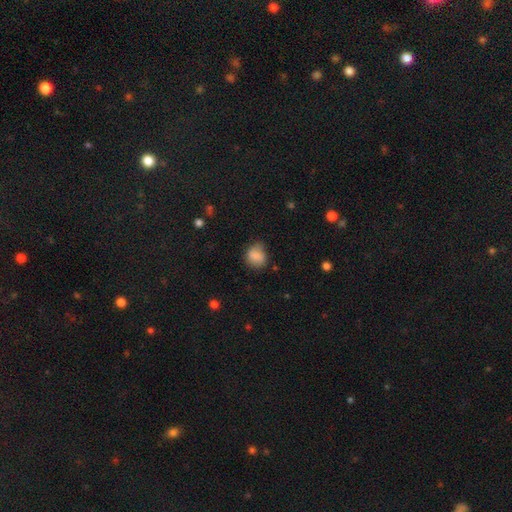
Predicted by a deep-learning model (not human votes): Smooth or featured? Predicted: smooth (p=0.80). How rounded? Predicted: round (p=0.66). Merging? Predicted: none (p=0.60).